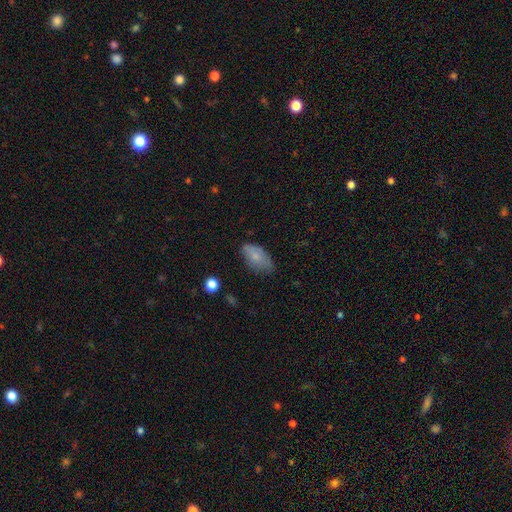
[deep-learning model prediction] Smooth or featured? Predicted: smooth (p=0.76). How rounded? Predicted: in between (p=0.92). Merging? Predicted: none (p=0.58).